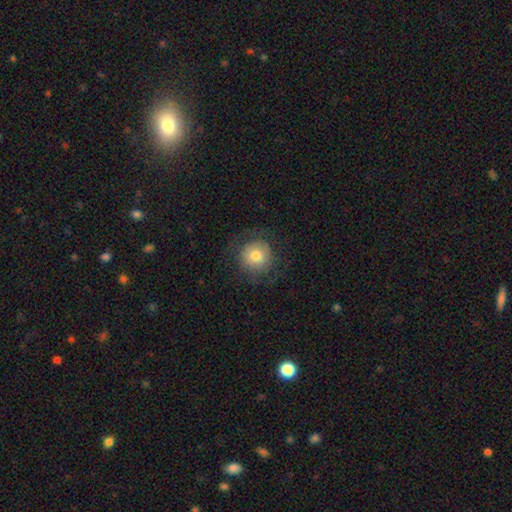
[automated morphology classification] A smooth galaxy with no disk features (72%) that is round (92%). Merging: none (75%).